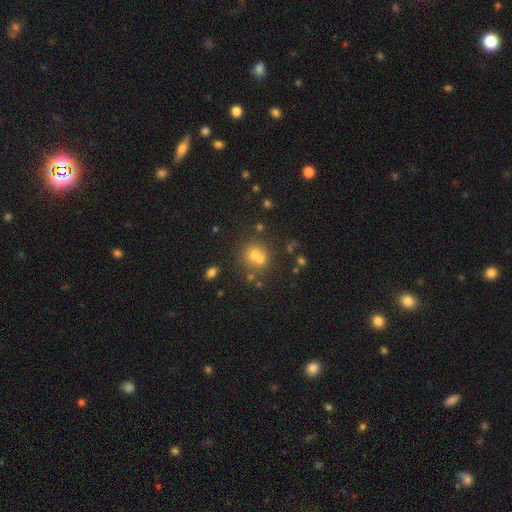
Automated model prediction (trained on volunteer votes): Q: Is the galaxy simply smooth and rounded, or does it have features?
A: smooth — 60%.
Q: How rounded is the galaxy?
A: round — 83%.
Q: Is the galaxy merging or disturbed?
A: none — 46%.